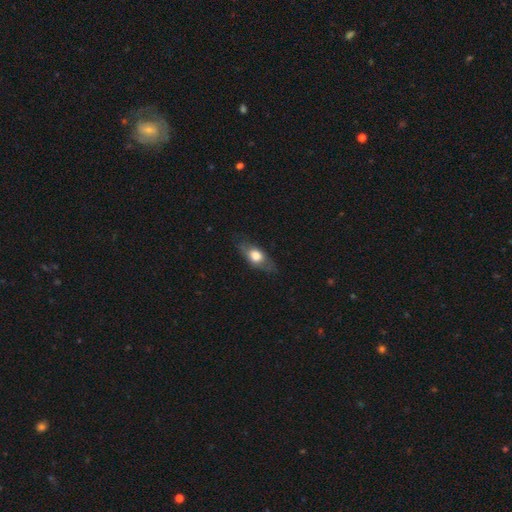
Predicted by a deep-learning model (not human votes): This is possibly a smooth galaxy (60%). How rounded: likely in between (72%). Merging: likely none (77%).